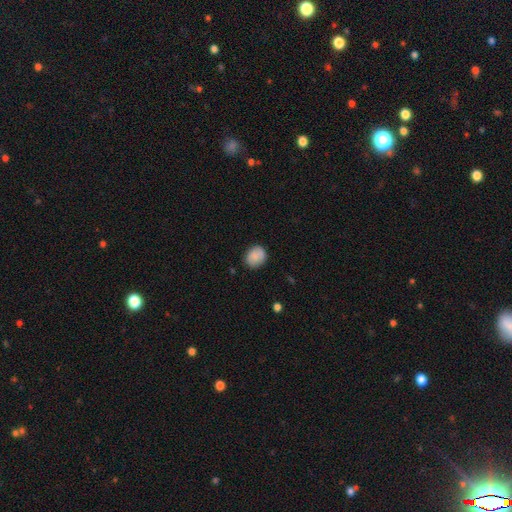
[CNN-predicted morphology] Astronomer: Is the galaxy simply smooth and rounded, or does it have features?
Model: smooth — 86%.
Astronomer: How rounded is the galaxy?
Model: round — 63%.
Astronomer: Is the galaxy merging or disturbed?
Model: none — 84%.